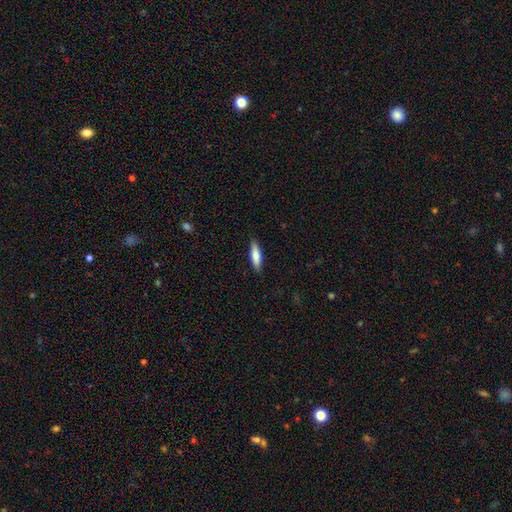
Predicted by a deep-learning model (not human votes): Overall: smooth (77%). How rounded: cigar-shaped (60%; in between 39%). Merging: none (87%).